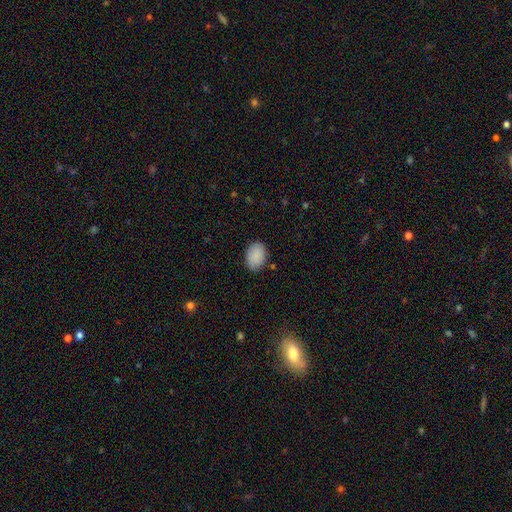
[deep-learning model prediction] smooth_or_featured: smooth (p=0.90) [alt: star or artifact p=0.07]
how_rounded: in between (p=0.79) [alt: round p=0.20]
merging: none (p=0.86) [alt: minor disturbance p=0.11]